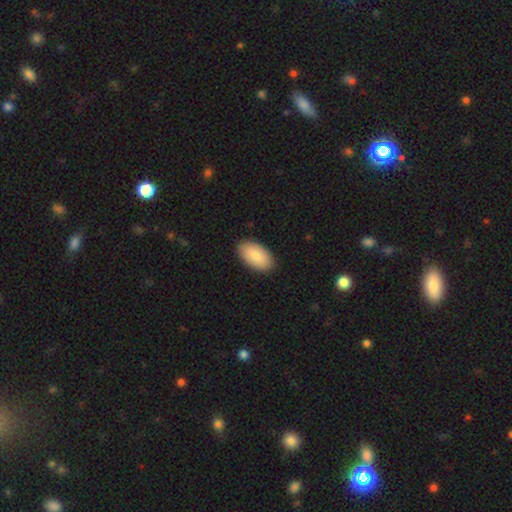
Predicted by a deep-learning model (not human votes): A smooth galaxy with no disk features (85%) that is in between round and cigar-shaped (96%).

Vote fractions:
- Smooth or featured? smooth: 85% / featured or disk: 10% / star or artifact: 5%
- How rounded? in between: 96% / round: 2% / cigar-shaped: 2%
- Merging? none: 89% / minor disturbance: 8% / major disturbance: 2% / merger: 1%